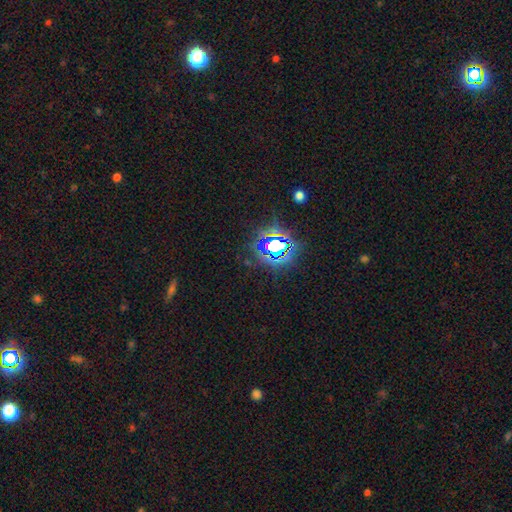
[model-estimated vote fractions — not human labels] Smooth or featured? Predicted: star or artifact (p=0.80).